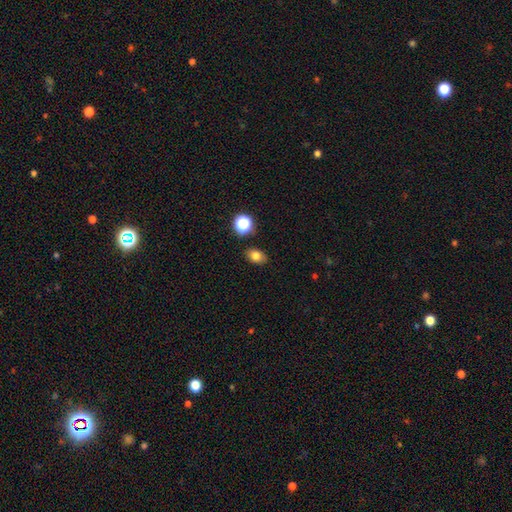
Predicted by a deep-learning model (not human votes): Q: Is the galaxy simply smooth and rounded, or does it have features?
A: smooth — 79%.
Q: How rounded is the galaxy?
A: in between — 76%.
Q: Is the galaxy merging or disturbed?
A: none — 86%.